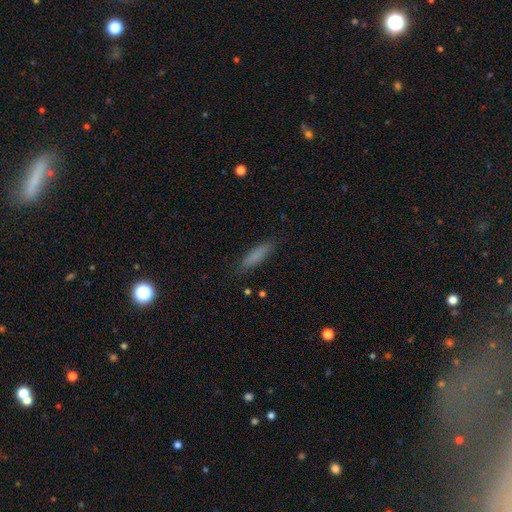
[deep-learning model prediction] This appears to be a smooth galaxy with no disk features (81%) that is cigar-shaped (77%). Merging: none (86%).